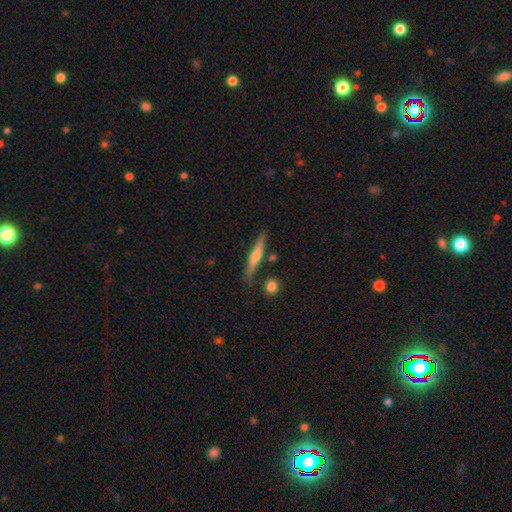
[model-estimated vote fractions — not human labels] featured or disk 50%, smooth 43%, star or artifact 7%. Down the decision tree: edge-on disk — yes (95%); merging — none (81%).